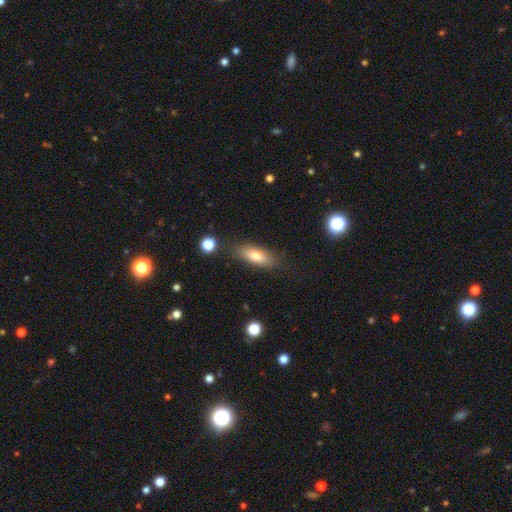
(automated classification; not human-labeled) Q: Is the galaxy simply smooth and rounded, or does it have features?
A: smooth — 76%.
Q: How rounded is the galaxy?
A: in between — 70%.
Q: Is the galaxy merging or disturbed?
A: none — 80%.